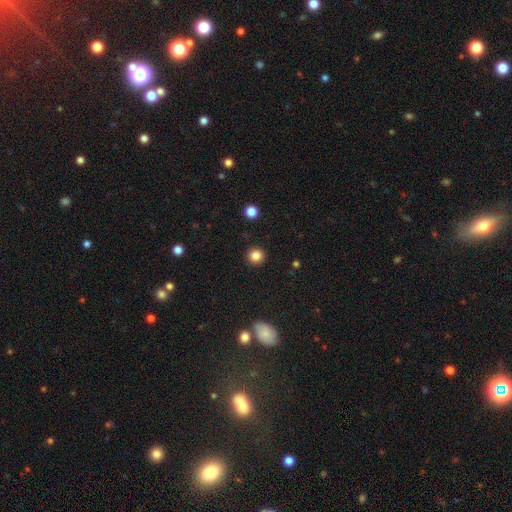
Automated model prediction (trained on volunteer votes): Overall: smooth (84%). How rounded: round (95%). Merging: none (93%).